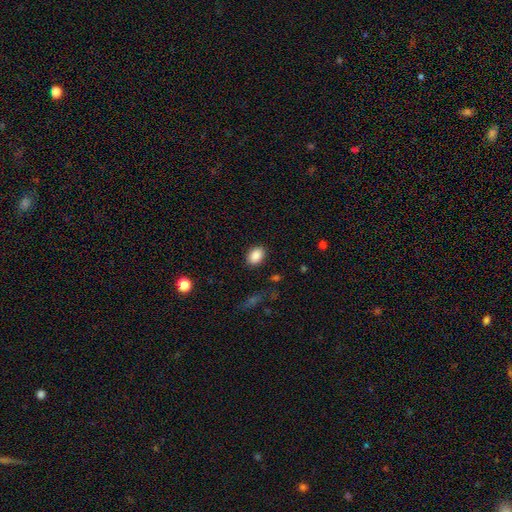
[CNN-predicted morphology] Smooth or featured? smooth (89%)
How rounded? in between (80%)
Merging? none (88%)